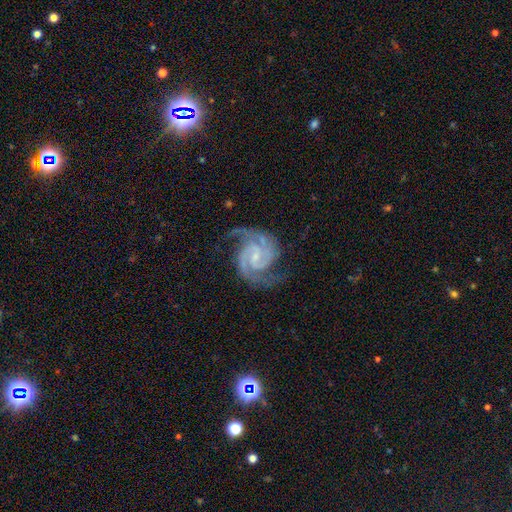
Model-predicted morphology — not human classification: featured or disk 94%, star or artifact 4%, smooth 3%. Down the decision tree: edge-on disk — no (98%); bar — weak (50%); spiral arms — yes (99%); spiral arm count — 2 (86%); spiral winding — medium (51%); bulge size — small (65%); merging — none (74%).